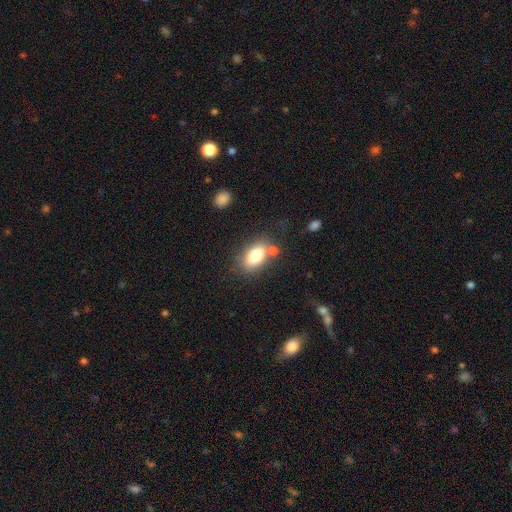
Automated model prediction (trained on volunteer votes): Smooth or featured? Predicted: smooth (p=0.77). How rounded? Predicted: in between (p=0.86). Merging? Predicted: none (p=0.64).